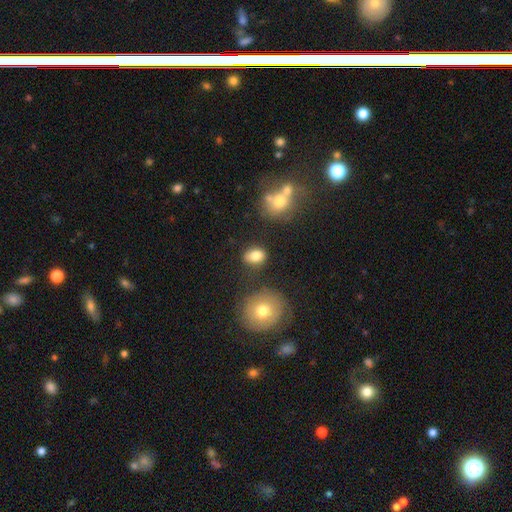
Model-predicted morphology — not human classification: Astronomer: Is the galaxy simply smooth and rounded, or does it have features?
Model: smooth — 81%.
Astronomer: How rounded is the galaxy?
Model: in between — 67%.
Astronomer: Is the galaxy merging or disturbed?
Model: none — 77%.